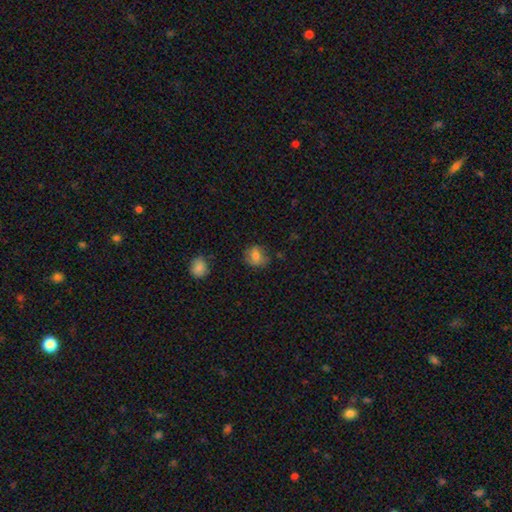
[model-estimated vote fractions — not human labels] Morphology: type=smooth (77%); roundness=round (63%); merging=none (66%).